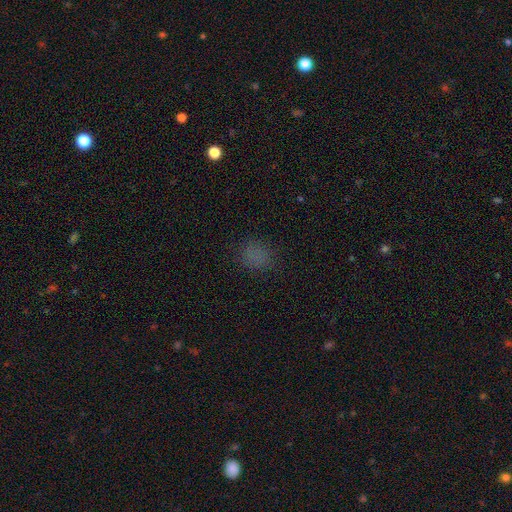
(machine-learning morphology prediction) This is likely a smooth galaxy (73%). How rounded: likely round (64%). Merging: clearly none (81%).